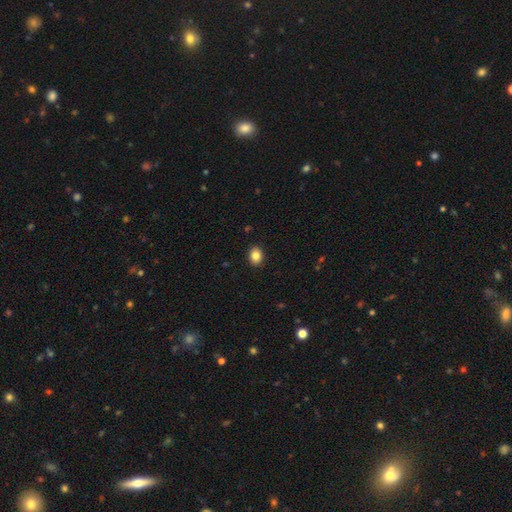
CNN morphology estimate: Smooth or featured?
  - smooth: 85% *
  - star or artifact: 9%
  - featured or disk: 6%
How rounded?
  - in between: 61% *
  - round: 38%
  - cigar-shaped: 1%
Merging?
  - none: 91% *
  - minor disturbance: 7%
  - major disturbance: 2%
  - merger: 1%